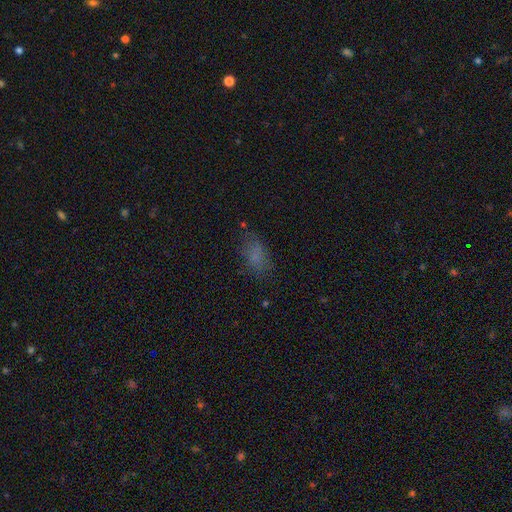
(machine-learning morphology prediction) A smooth galaxy with no disk features (70%) that is in between round and cigar-shaped (86%).

Vote fractions:
- Smooth or featured? smooth: 70% / star or artifact: 16% / featured or disk: 14%
- How rounded? in between: 86% / cigar-shaped: 7% / round: 7%
- Merging? none: 65% / minor disturbance: 22% / major disturbance: 11% / merger: 2%